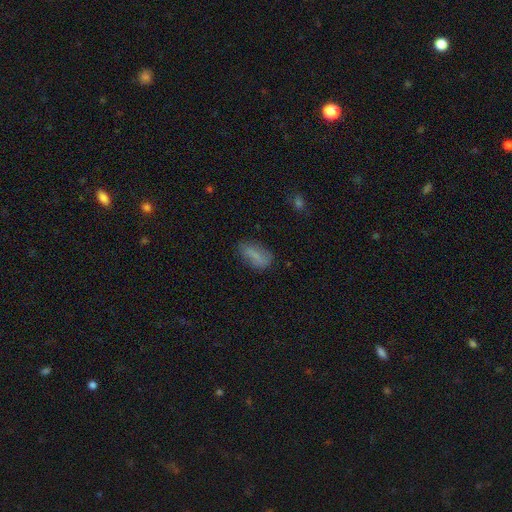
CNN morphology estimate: Smooth or featured? Predicted: smooth (p=0.75). How rounded? Predicted: in between (p=0.82). Merging? Predicted: none (p=0.63).